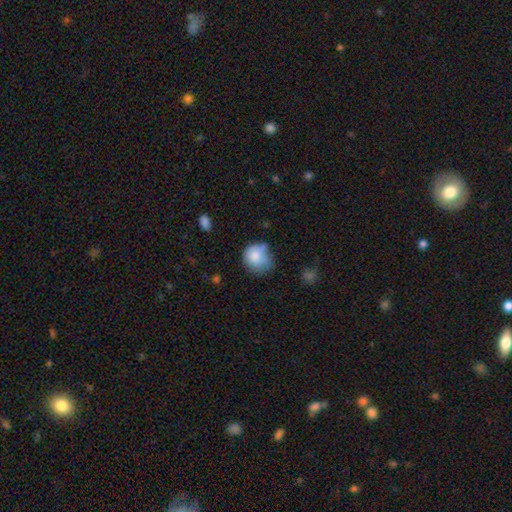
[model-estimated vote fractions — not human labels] A smooth galaxy with no disk features (80%) that is round (75%).

Vote fractions:
- Smooth or featured? smooth: 80% / featured or disk: 12% / star or artifact: 9%
- How rounded? round: 75% / in between: 24% / cigar-shaped: 1%
- Merging? none: 43% / minor disturbance: 34% / major disturbance: 14% / merger: 9%